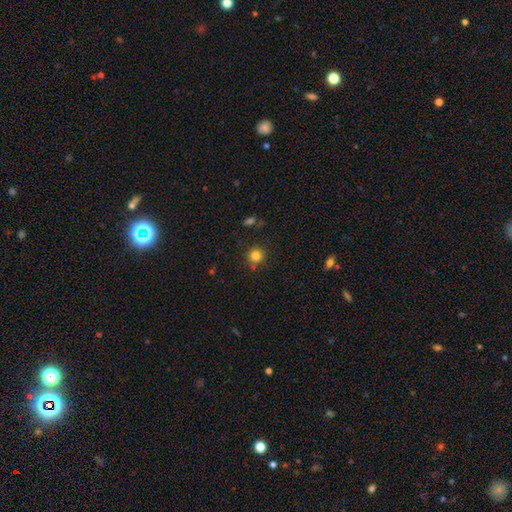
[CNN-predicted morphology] smooth-or-featured: smooth: 82% | star or artifact: 13% | featured or disk: 6%
  how-rounded: round: 92% | in between: 7% | cigar-shaped: 1%
  merging: none: 81% | minor disturbance: 10% | merger: 6% | major disturbance: 3%